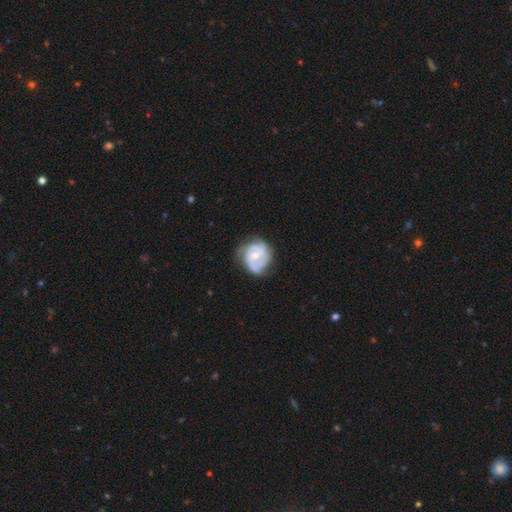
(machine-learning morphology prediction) Q: Smooth or featured?
A: featured or disk (76%); runner-up: smooth (19%)
Q: Edge-on disk?
A: no (98%); runner-up: yes (2%)
Q: Bar?
A: no (49%); runner-up: weak (41%)
Q: Spiral arms?
A: yes (89%); runner-up: no (11%)
Q: Spiral winding?
A: tight (44%); runner-up: medium (41%)
Q: Spiral arm count?
A: 2 (56%); runner-up: can't tell (18%)
Q: Bulge size?
A: moderate (51%); runner-up: small (44%)
Q: Merging?
A: none (58%); runner-up: minor disturbance (28%)